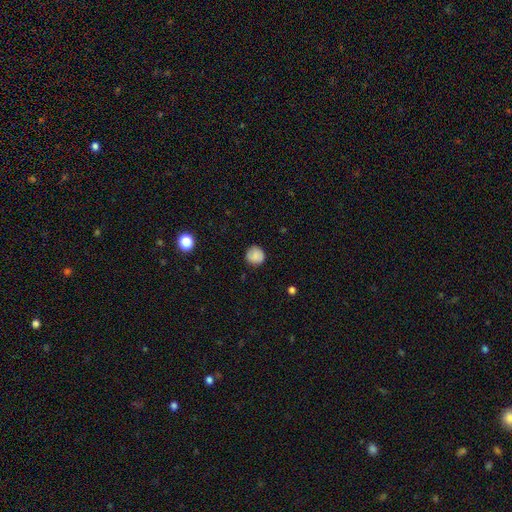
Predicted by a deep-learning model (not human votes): Q: Smooth or featured?
A: smooth (81%); runner-up: featured or disk (11%)
Q: How rounded?
A: round (92%); runner-up: in between (7%)
Q: Merging?
A: none (84%); runner-up: minor disturbance (12%)